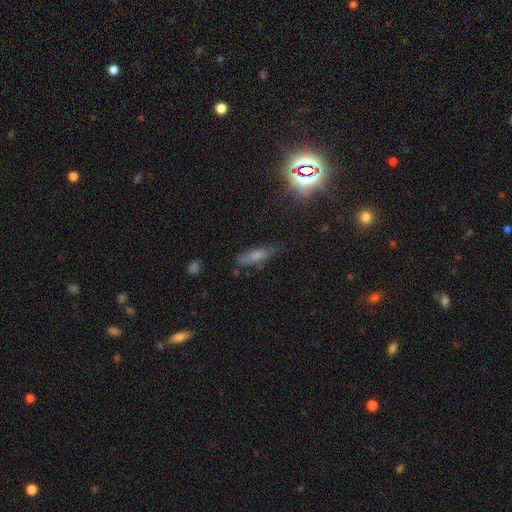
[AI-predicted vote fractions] This is likely a smooth galaxy (64%). How rounded: likely cigar-shaped (60%). Merging: likely none (69%).